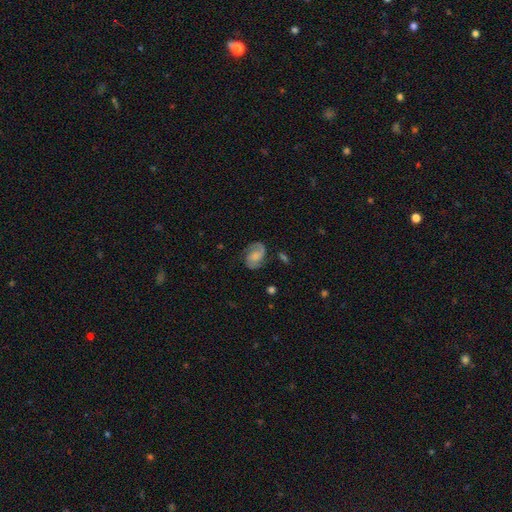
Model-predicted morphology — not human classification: The model was most divided on "bulge size": none: 30%, moderate: 29%, small: 23%, large: 15%, dominant: 3%. More confident: edge-on disk — no (98%); spiral arms — yes (96%); spiral arm count — 2 (88%); smooth or featured — featured or disk (79%); merging — none (75%); bar — no (58%); spiral winding — medium (51%).